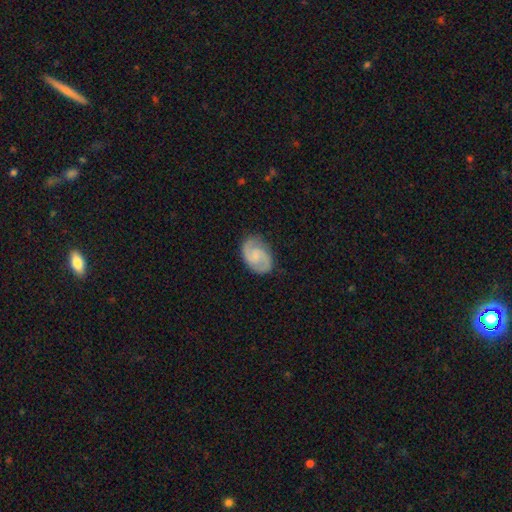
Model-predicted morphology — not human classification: Smooth or featured: featured or disk — 79% (smooth — 15%)
Edge-on disk: no — 98% (yes — 2%)
Bar: no — 48% (weak — 45%)
Spiral arms: yes — 97% (no — 3%)
Spiral winding: medium — 54% (tight — 31%)
Spiral arm count: 2 — 91% (can't tell — 4%)
Bulge size: small — 41% (none — 37%)
Merging: none — 81% (minor disturbance — 14%)